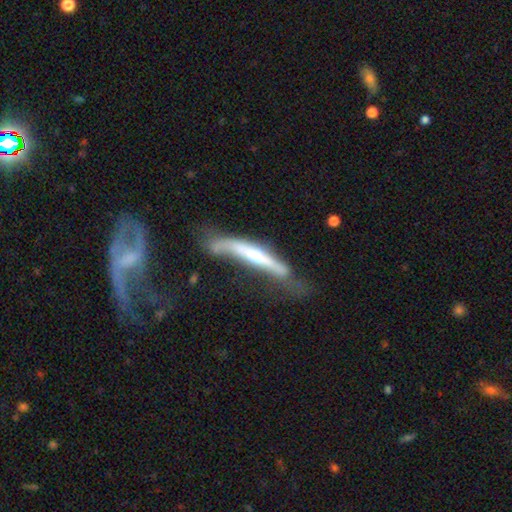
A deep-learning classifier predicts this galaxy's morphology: Smooth or featured: featured or disk — 64% (smooth — 30%)
Edge-on disk: yes — 80% (no — 20%)
Edge-on bulge: rounded — 72% (none — 19%)
Merging: none — 36% (major disturbance — 29%)